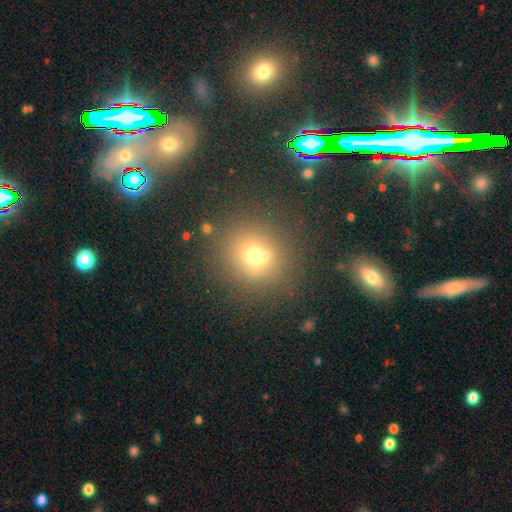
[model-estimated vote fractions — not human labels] Smooth or featured? smooth (63%)
How rounded? round (86%)
Merging? none (59%)